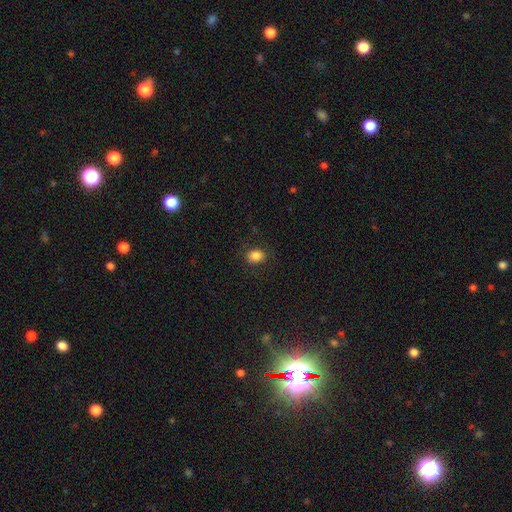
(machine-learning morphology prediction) A smooth galaxy with no disk features (84%) that is in between round and cigar-shaped (55%).

Vote fractions:
- Smooth or featured? smooth: 84% / star or artifact: 11% / featured or disk: 6%
- How rounded? in between: 55% / round: 44% / cigar-shaped: 1%
- Merging? none: 83% / minor disturbance: 12% / major disturbance: 4% / merger: 1%